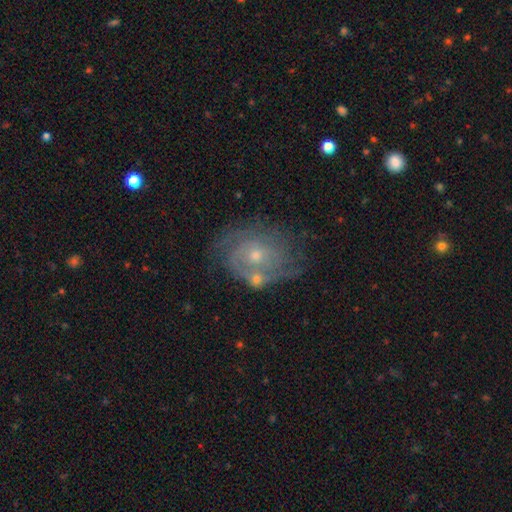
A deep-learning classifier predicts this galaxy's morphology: Overall: featured or disk (81%). Edge-on disk: no (97%). Bar: no (77%). Spiral arms: yes (91%). Spiral arm count: can't tell (34%; 2 33%). Spiral winding: tight (61%; medium 30%). Bulge size: small (58%; moderate 38%). Merging: none (60%).